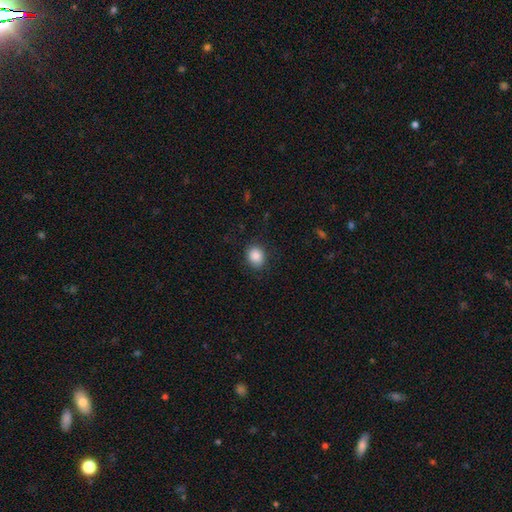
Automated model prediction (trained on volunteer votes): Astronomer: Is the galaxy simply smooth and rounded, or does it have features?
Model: smooth — 88%.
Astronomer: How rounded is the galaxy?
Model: round — 57% (runner-up: in between, 42%).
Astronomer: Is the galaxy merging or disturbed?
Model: none — 85%.